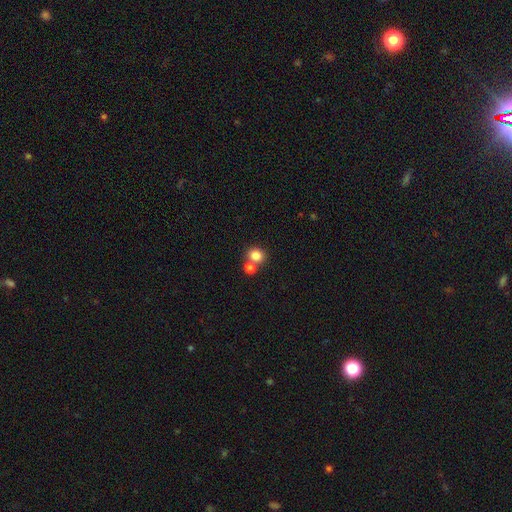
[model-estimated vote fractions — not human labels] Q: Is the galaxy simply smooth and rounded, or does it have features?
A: smooth — 83%.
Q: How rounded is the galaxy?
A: round — 69%.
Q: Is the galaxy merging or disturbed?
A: none — 53%.